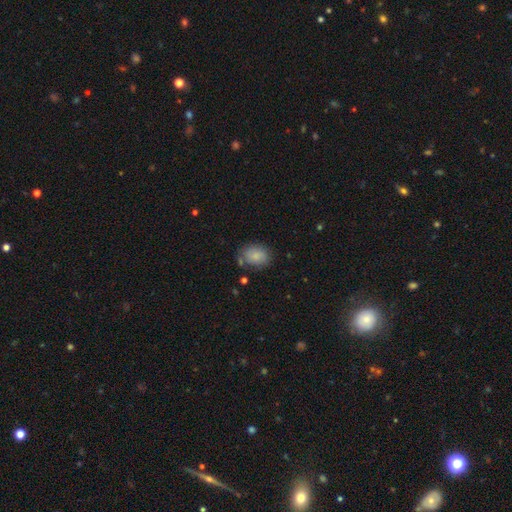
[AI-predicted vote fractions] Smooth or featured: smooth — 82% (featured or disk — 9%)
How rounded: in between — 66% (round — 32%)
Merging: none — 69% (minor disturbance — 20%)